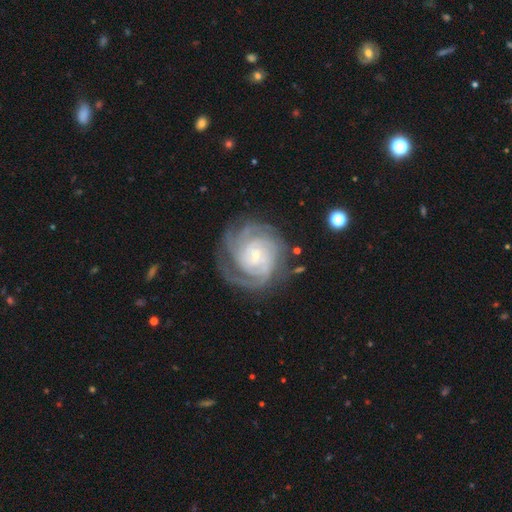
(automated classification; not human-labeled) Morphology: type=featured or disk (90%); edge-on=no (98%); bar=no (62%); spiral arms=yes (98%); winding=tight (74%); arm count=4 (27%); bulge=small (77%); merging=none (74%).